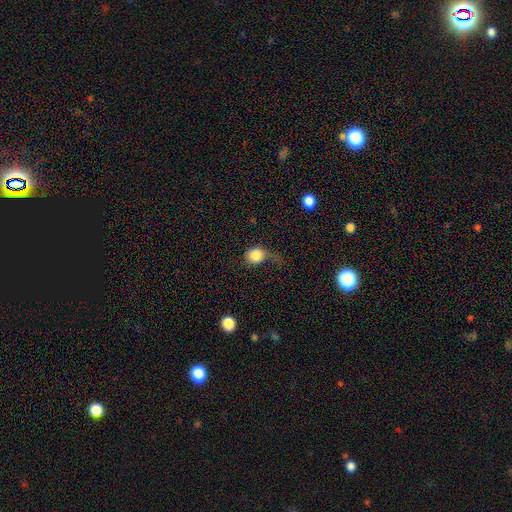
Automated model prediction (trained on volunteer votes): smooth-or-featured: smooth: 80% | featured or disk: 12% | star or artifact: 9%
  how-rounded: round: 78% | in between: 21% | cigar-shaped: 1%
  merging: major disturbance: 37% | none: 32% | minor disturbance: 27% | merger: 4%